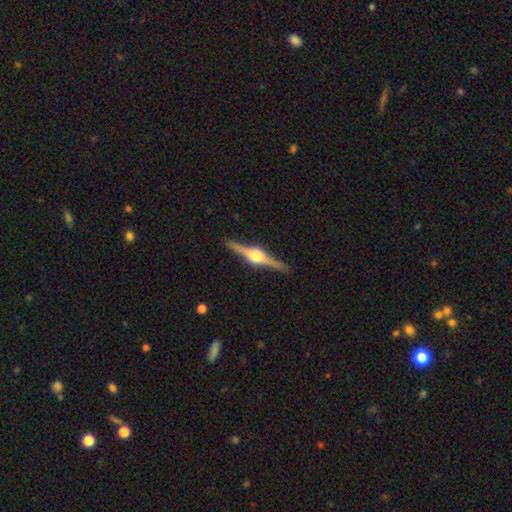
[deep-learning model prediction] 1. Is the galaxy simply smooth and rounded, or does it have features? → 85% featured or disk, 10% smooth, 5% star or artifact.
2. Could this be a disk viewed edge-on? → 98% yes, 2% no.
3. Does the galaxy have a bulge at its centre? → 94% rounded, 5% boxy, 1% none.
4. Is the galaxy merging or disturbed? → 91% none, 6% minor disturbance, 1% major disturbance, 1% merger.